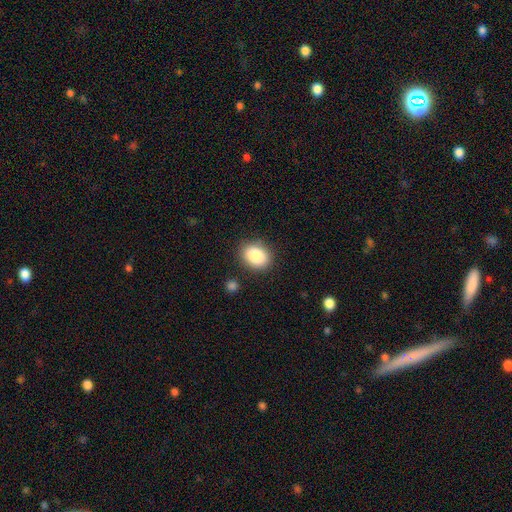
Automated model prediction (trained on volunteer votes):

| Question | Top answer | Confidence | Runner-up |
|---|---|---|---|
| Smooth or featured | smooth | 87% | star or artifact (8%) |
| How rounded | in between | 62% | round (37%) |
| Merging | none | 85% | minor disturbance (10%) |